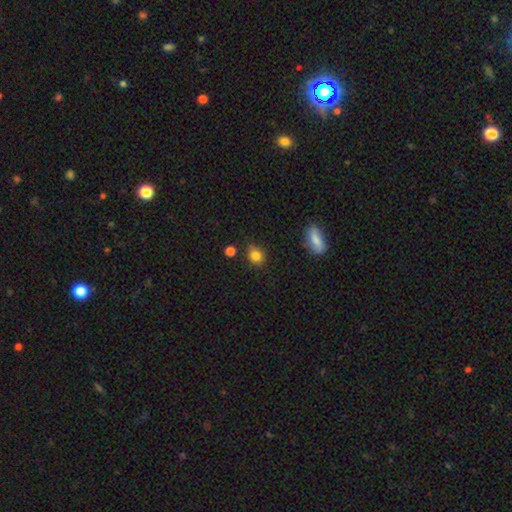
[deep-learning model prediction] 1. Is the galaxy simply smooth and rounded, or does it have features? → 82% smooth, 12% star or artifact, 6% featured or disk.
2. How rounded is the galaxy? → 68% round, 30% in between, 1% cigar-shaped.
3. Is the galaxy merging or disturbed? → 76% none, 17% minor disturbance, 4% merger, 3% major disturbance.